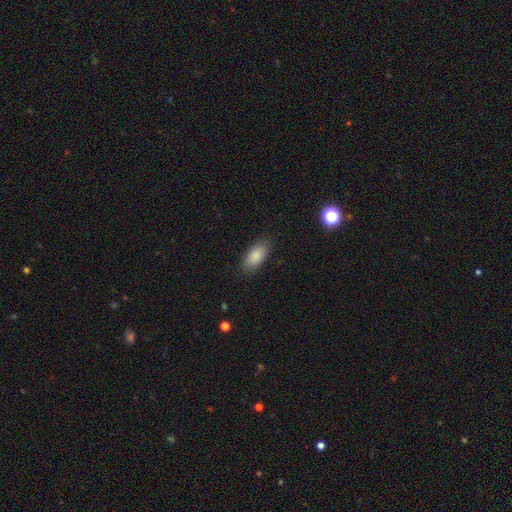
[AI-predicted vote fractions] This appears to be a smooth galaxy with no disk features (85%) that is in between round and cigar-shaped (90%). Merging: none (86%).